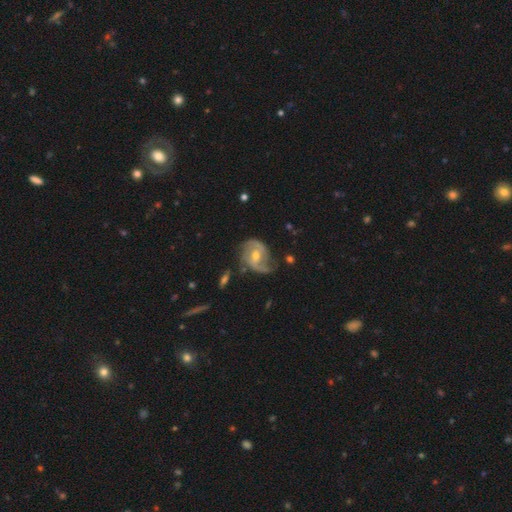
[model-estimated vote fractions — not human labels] Overall: featured or disk (85%). Edge-on disk: no (97%). Bar: no (46%; weak 41%). Spiral arms: yes (95%). Spiral arm count: 2 (77%). Spiral winding: medium (47%; tight 29%). Bulge size: moderate (61%; small 35%). Merging: none (62%; minor disturbance 24%).